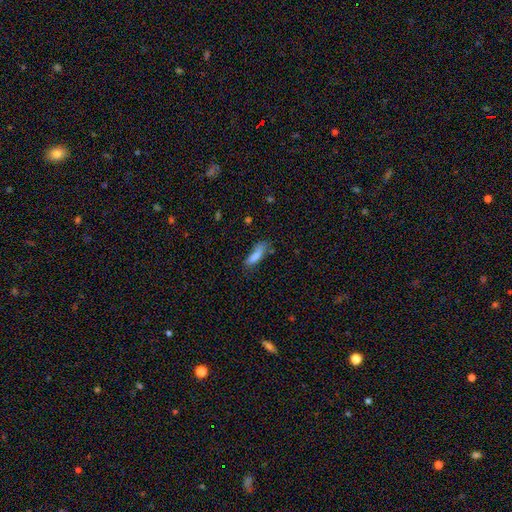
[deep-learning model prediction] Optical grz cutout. It shows a smooth galaxy with no disk features (83%) that is cigar-shaped (57%). Merging: none (57%).